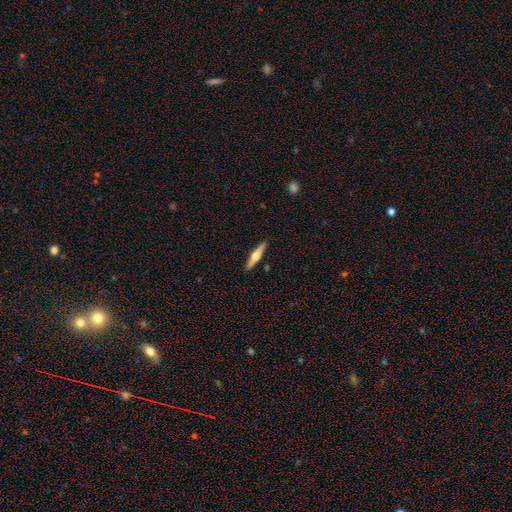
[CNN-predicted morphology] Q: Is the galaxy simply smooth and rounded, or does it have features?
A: featured or disk — 61%.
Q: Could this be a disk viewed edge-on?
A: yes — 97%.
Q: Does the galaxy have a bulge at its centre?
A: rounded — 92%.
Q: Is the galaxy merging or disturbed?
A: none — 91%.